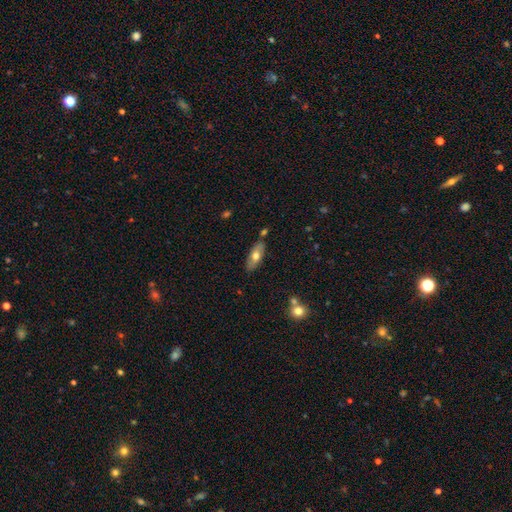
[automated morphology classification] type=smooth (61%); roundness=in between (73%); merging=none (80%).